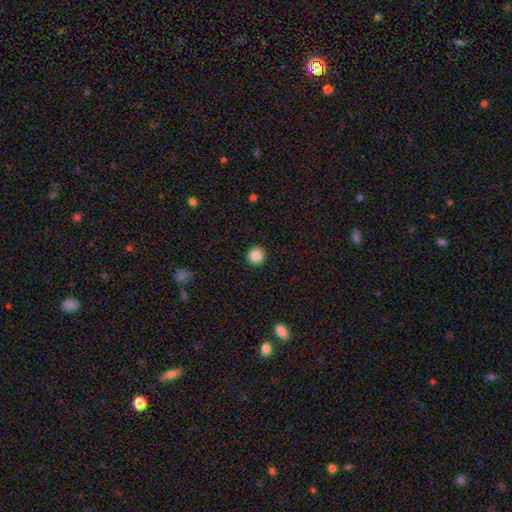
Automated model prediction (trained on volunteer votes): This is clearly a smooth galaxy (86%). How rounded: clearly round (92%). Merging: clearly none (92%).